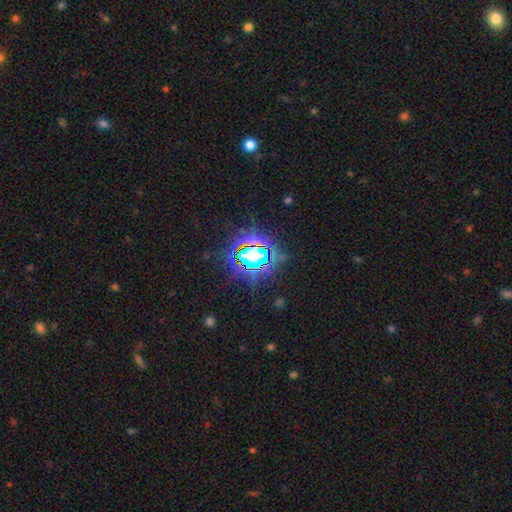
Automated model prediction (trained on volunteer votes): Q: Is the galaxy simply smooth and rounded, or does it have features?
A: star or artifact — 80%.